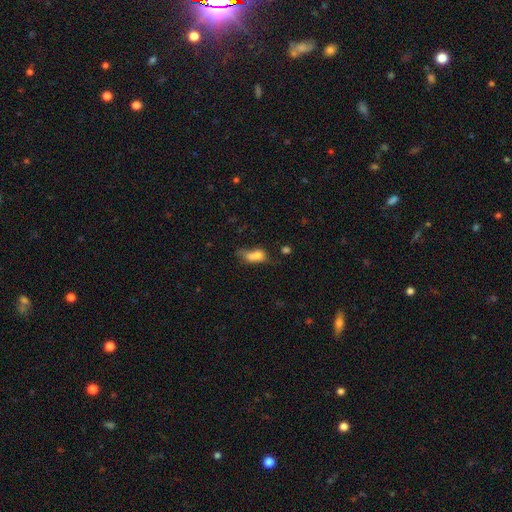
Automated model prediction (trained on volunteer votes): Morphology: type=smooth (67%); roundness=in between (75%); merging=major disturbance (26%, tied with none).